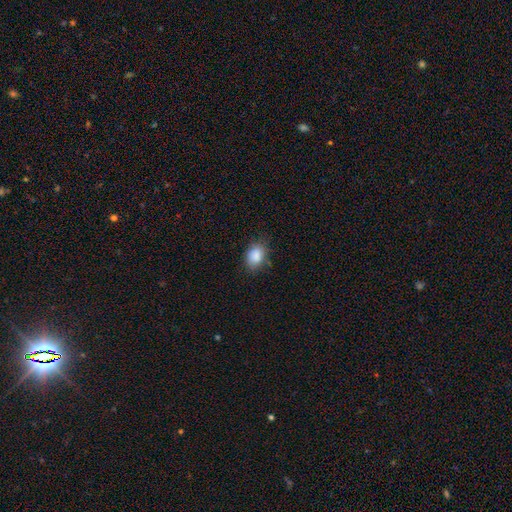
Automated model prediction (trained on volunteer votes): smooth-or-featured: smooth: 87% | star or artifact: 8% | featured or disk: 6%
  how-rounded: in between: 80% | round: 19% | cigar-shaped: 1%
  merging: none: 72% | minor disturbance: 22% | major disturbance: 5% | merger: 2%